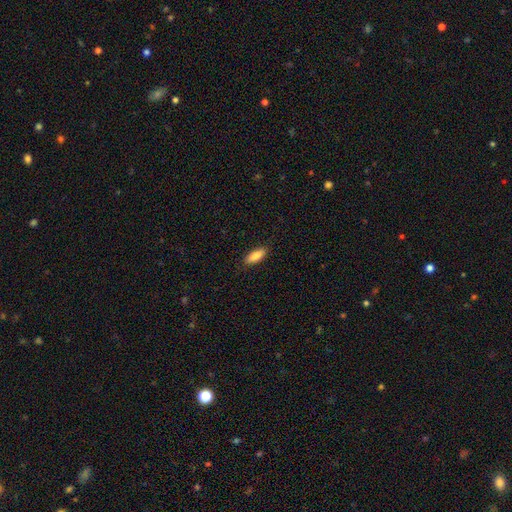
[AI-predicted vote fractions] smooth 86%, featured or disk 8%, star or artifact 6%. Down the decision tree: how rounded — in between (68%); merging — none (88%).